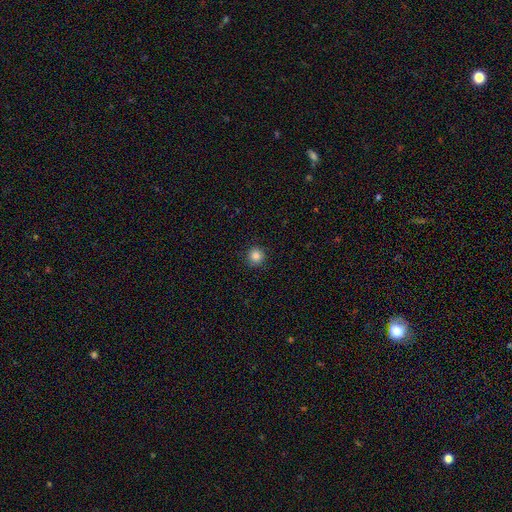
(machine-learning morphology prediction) A smooth galaxy with no disk features (85%) that is round (95%).

Vote fractions:
- Smooth or featured? smooth: 85% / star or artifact: 11% / featured or disk: 4%
- How rounded? round: 95% / in between: 4% / cigar-shaped: 1%
- Merging? none: 91% / minor disturbance: 6% / major disturbance: 2% / merger: 1%